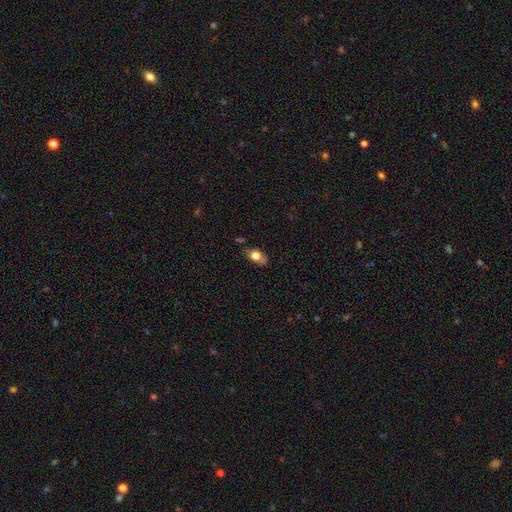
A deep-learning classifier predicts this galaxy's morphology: smooth-or-featured: smooth: 72% | featured or disk: 20% | star or artifact: 9%
  how-rounded: in between: 79% | round: 15% | cigar-shaped: 6%
  merging: none: 62% | minor disturbance: 27% | major disturbance: 6% | merger: 5%